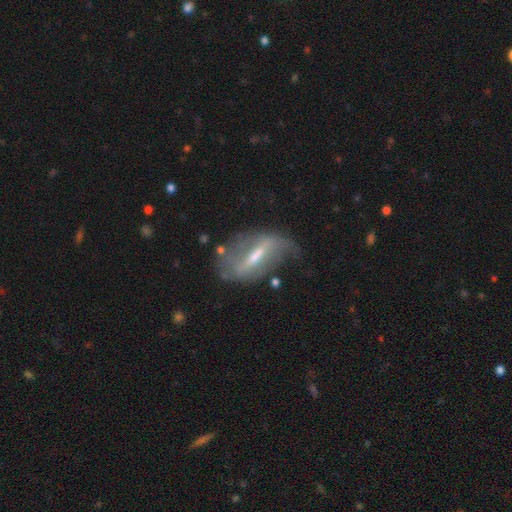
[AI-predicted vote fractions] featured or disk 73%, smooth 20%, star or artifact 8%. Down the decision tree: edge-on disk — no (82%); bar — strong (59%); spiral arms — yes (69%); bulge size — moderate (45%); merging — none (51%).